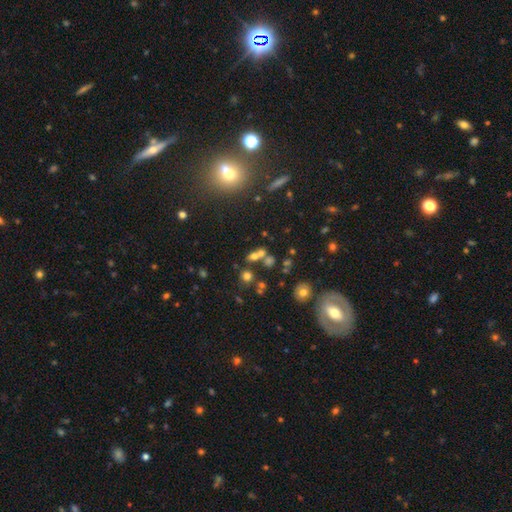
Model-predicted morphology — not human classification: smooth-or-featured: smooth: 60% | star or artifact: 23% | featured or disk: 17%
  how-rounded: round: 48% | in between: 47% | cigar-shaped: 4%
  merging: none: 44% | merger: 41% | minor disturbance: 9% | major disturbance: 5%